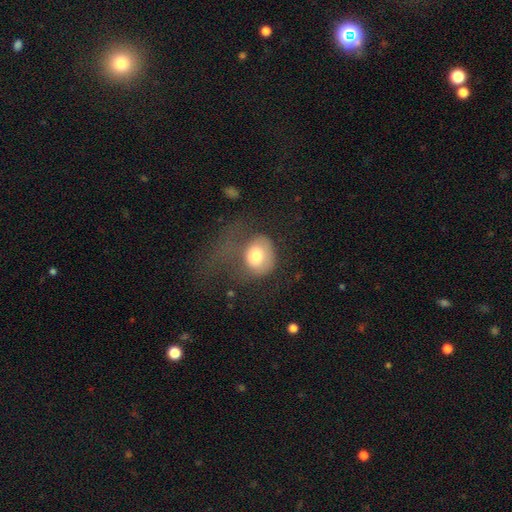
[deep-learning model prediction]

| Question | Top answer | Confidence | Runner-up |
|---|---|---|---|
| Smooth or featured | smooth | 72% | featured or disk (20%) |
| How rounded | round | 51% | in between (48%) |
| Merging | major disturbance | 54% | none (23%) |